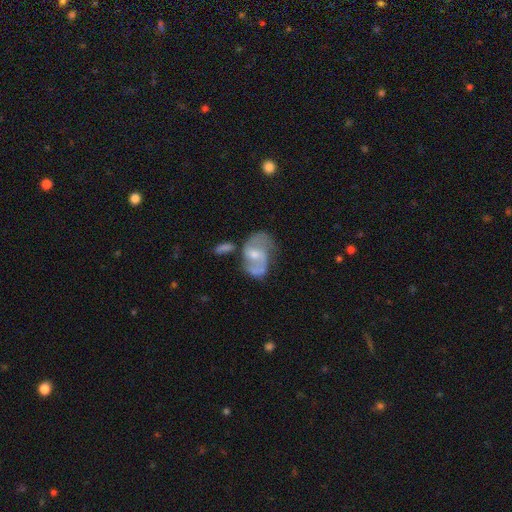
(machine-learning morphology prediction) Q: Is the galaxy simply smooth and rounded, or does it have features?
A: featured or disk — 78%.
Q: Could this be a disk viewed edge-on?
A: no — 97%.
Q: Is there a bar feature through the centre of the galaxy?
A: weak — 45%.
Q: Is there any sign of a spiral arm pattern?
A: yes — 87%.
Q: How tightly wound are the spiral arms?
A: medium — 47%.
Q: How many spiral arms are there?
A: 2 — 82%.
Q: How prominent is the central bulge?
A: moderate — 52%.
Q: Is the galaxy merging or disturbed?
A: none — 44%.